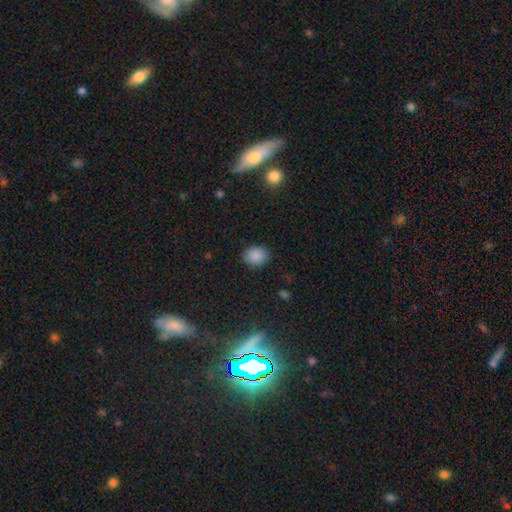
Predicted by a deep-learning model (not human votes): Smooth or featured? Predicted: smooth (p=0.88). How rounded? Predicted: round (p=0.60). Merging? Predicted: none (p=0.88).